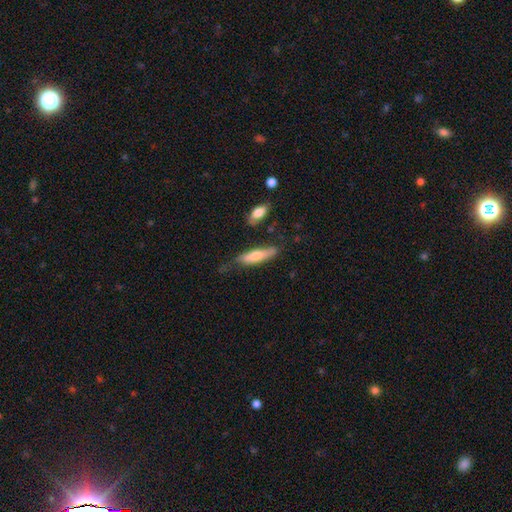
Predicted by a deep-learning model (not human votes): Smooth or featured?
  - smooth: 62% *
  - featured or disk: 33%
  - star or artifact: 6%
How rounded?
  - cigar-shaped: 71% *
  - in between: 28%
  - round: 2%
Merging?
  - none: 62% *
  - minor disturbance: 26%
  - major disturbance: 8%
  - merger: 4%